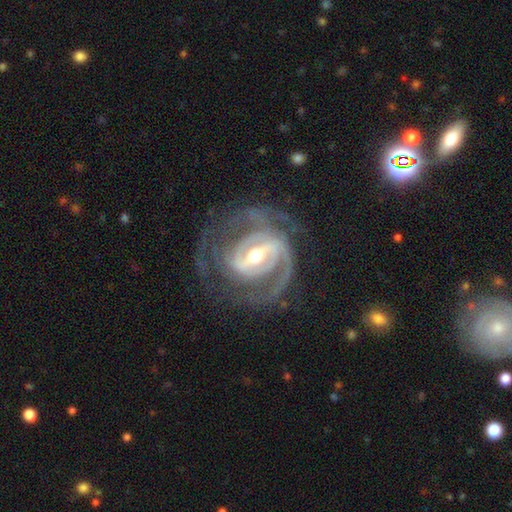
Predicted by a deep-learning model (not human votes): smooth-or-featured: featured or disk: 92% | star or artifact: 4% | smooth: 4%
  disk-edge-on: no: 97% | yes: 3%
    bar: strong: 60% | weak: 31% | no: 9%
    has-spiral-arms: yes: 97% | no: 3%
      spiral-winding: tight: 54% | medium: 38% | loose: 8%
      spiral-arm-count: 2: 46% | 3: 27% | can't tell: 11% | 4: 6% | 1: 5% | more than 4: 4%
    bulge-size: moderate: 64% | small: 28% | large: 6% | none: 1% | dominant: 1%
  merging: none: 67% | minor disturbance: 17% | major disturbance: 15% | merger: 2%